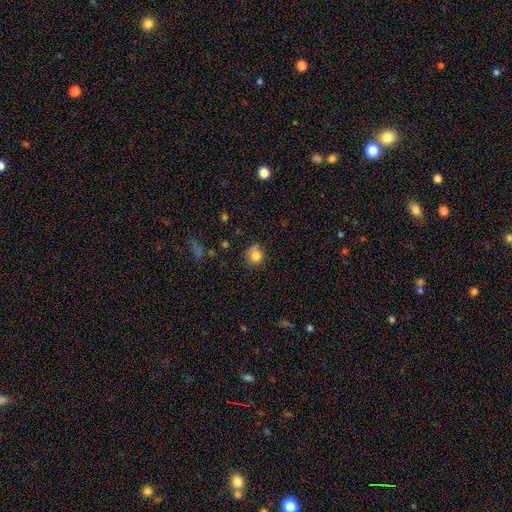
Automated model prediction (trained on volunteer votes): smooth 81%, star or artifact 11%, featured or disk 8%. Down the decision tree: how rounded — round (80%); merging — none (62%).